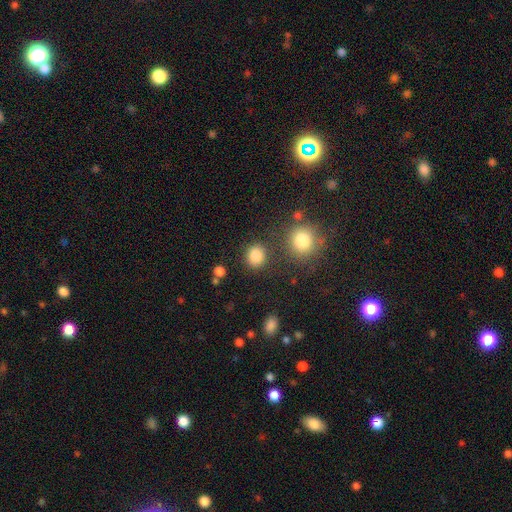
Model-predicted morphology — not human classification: The model was most divided on "how rounded": round: 78%, in between: 21%, cigar-shaped: 1%. More confident: smooth or featured — smooth (85%); merging — none (81%).